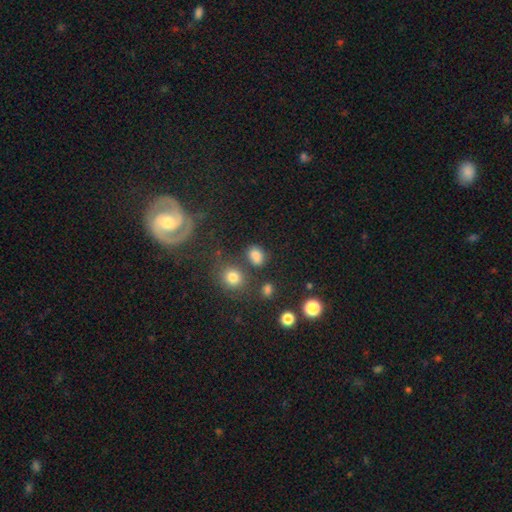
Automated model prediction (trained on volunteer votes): Overall: smooth (79%). How rounded: in between (64%; round 35%). Merging: none (67%).